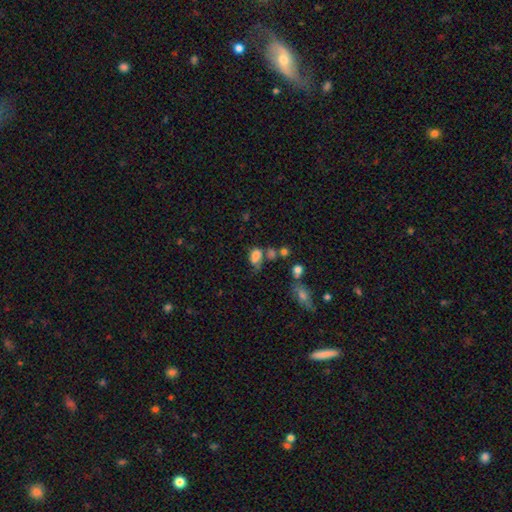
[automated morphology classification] smooth 73%, featured or disk 13%, star or artifact 13%. Down the decision tree: how rounded — in between (83%); merging — none (31%).